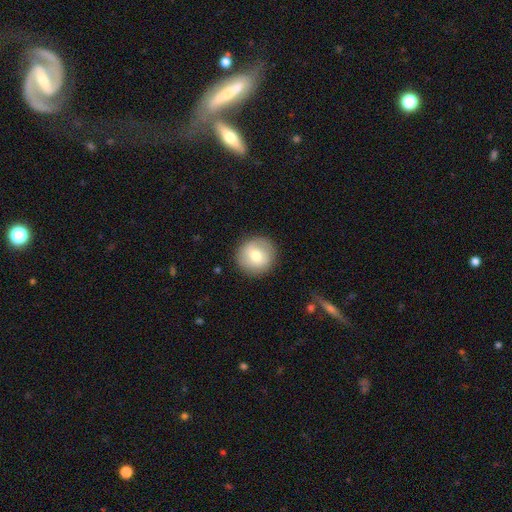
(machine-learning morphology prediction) Smooth or featured? smooth (66%)
How rounded? round (93%)
Merging? none (88%)